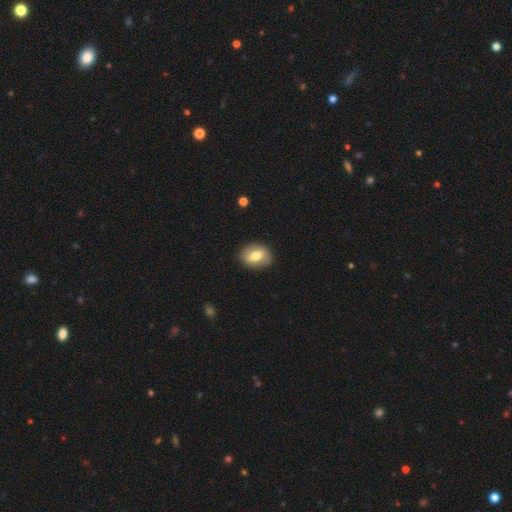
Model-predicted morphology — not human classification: The model was most divided on "how rounded": in between: 60%, round: 38%, cigar-shaped: 1%. More confident: merging — none (87%); smooth or featured — smooth (63%).